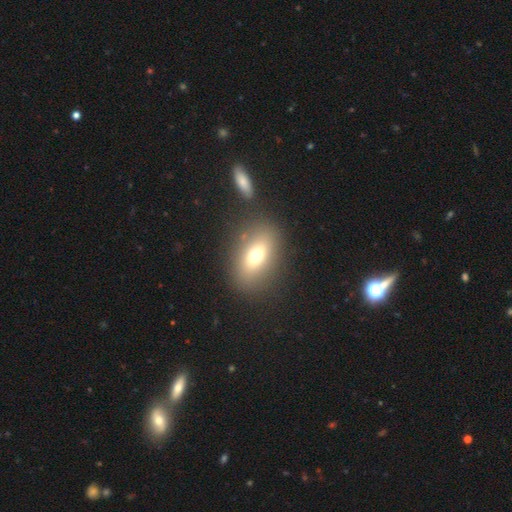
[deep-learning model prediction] A smooth galaxy with no disk features (69%) that is in between round and cigar-shaped (80%).

Vote fractions:
- Smooth or featured? smooth: 69% / featured or disk: 20% / star or artifact: 11%
- How rounded? in between: 80% / round: 15% / cigar-shaped: 5%
- Merging? none: 78% / minor disturbance: 10% / merger: 7% / major disturbance: 5%